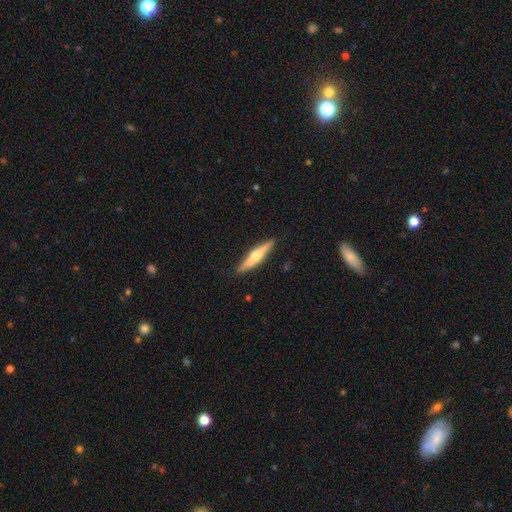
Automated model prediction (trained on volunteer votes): smooth-or-featured: featured or disk: 62% | smooth: 33% | star or artifact: 5%
  disk-edge-on: yes: 97% | no: 3%
    edge-on-bulge: rounded: 90% | boxy: 6% | none: 4%
  merging: none: 90% | minor disturbance: 7% | major disturbance: 1% | merger: 1%